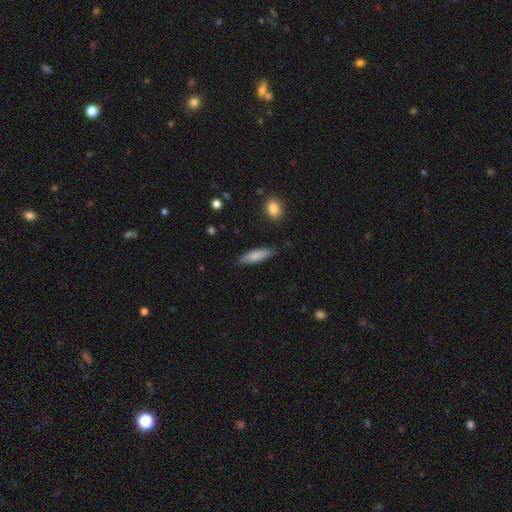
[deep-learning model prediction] Q: Smooth or featured?
A: smooth (83%); runner-up: featured or disk (11%)
Q: How rounded?
A: cigar-shaped (57%); runner-up: in between (41%)
Q: Merging?
A: none (83%); runner-up: minor disturbance (12%)